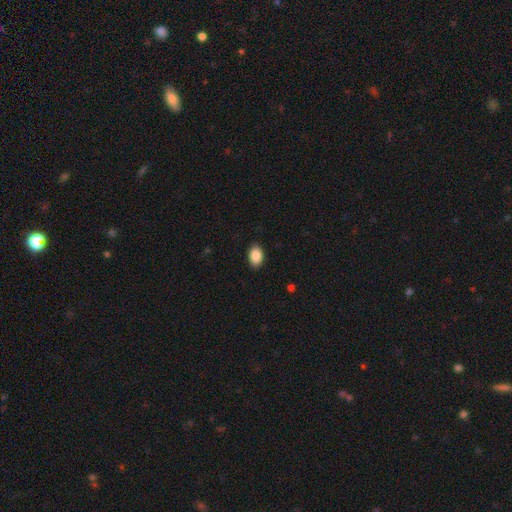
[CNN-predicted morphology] The model was most divided on "how rounded": in between: 88%, round: 11%, cigar-shaped: 1%. More confident: merging — none (89%); smooth or featured — smooth (88%).